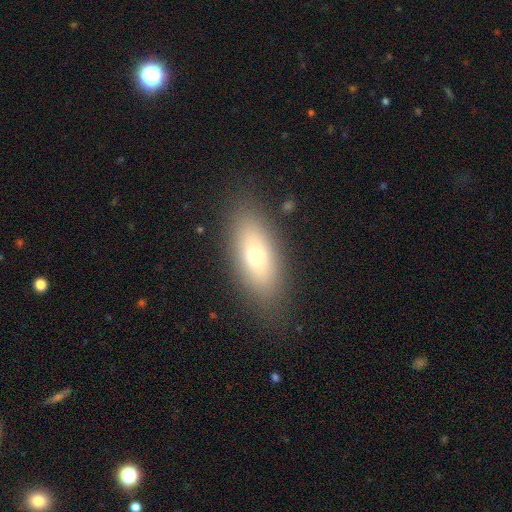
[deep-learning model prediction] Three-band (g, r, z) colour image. It shows a smooth galaxy with no disk features (66%) that is in between round and cigar-shaped (77%). Merging: none (86%).